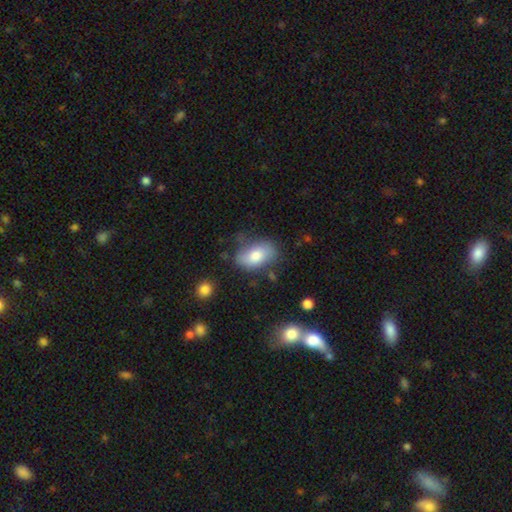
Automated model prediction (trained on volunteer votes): This is likely a smooth galaxy (76%). How rounded: clearly in between (91%). Merging: likely none (64%).